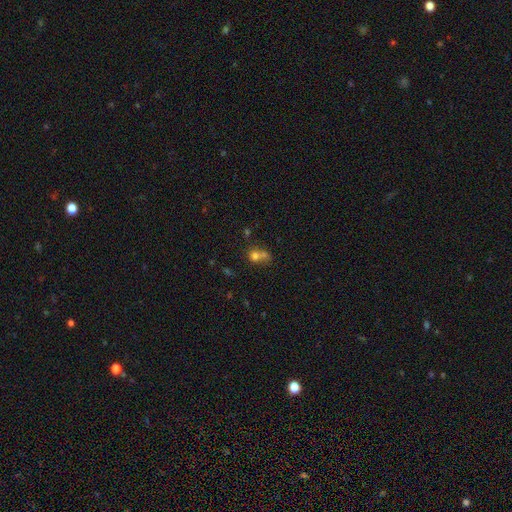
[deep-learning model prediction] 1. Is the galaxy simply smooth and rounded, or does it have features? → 69% smooth, 16% star or artifact, 15% featured or disk.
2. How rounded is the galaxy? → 72% round, 27% in between, 1% cigar-shaped.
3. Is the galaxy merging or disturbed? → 55% merger, 29% none, 9% minor disturbance, 6% major disturbance.